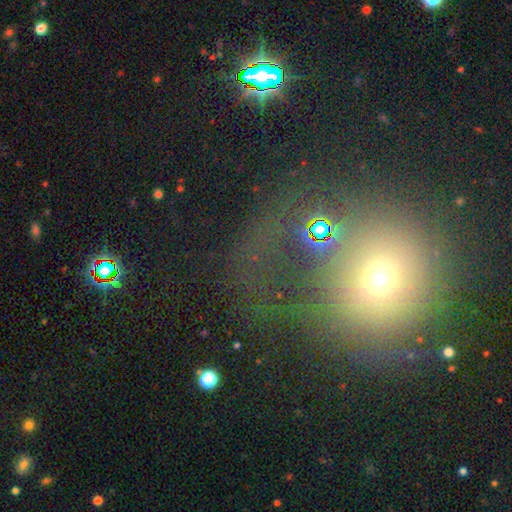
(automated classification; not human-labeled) Overall: smooth (53%; star or artifact 28%). How rounded: round (87%). Merging: none (41%; major disturbance 33%).